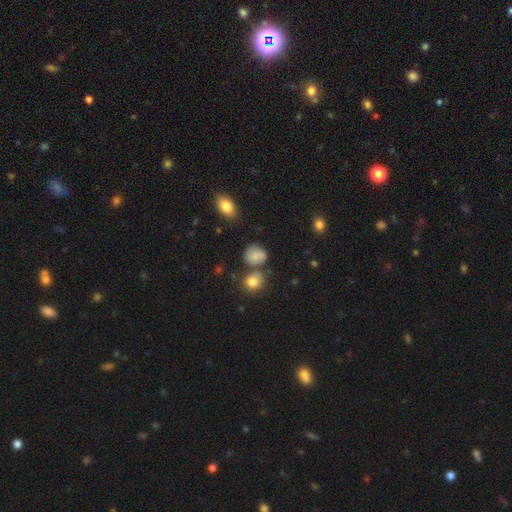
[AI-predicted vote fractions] Smooth or featured?
  - smooth: 77% *
  - featured or disk: 12%
  - star or artifact: 11%
How rounded?
  - round: 70% *
  - in between: 29%
  - cigar-shaped: 1%
Merging?
  - none: 60% *
  - minor disturbance: 20%
  - merger: 13%
  - major disturbance: 7%